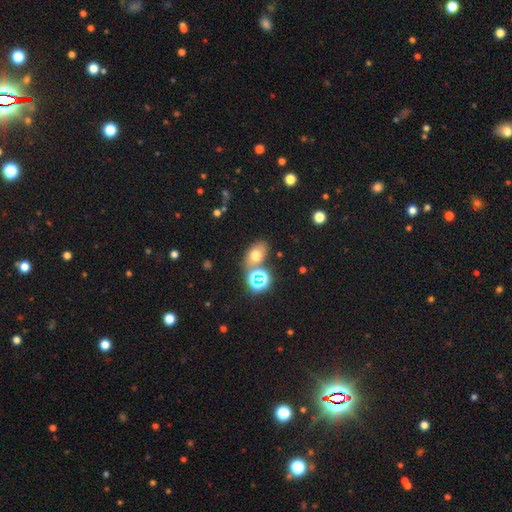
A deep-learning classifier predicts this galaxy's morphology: smooth_or_featured: smooth (p=0.62) [alt: star or artifact p=0.23]
how_rounded: in between (p=0.74) [alt: round p=0.24]
merging: none (p=0.63) [alt: merger p=0.19]